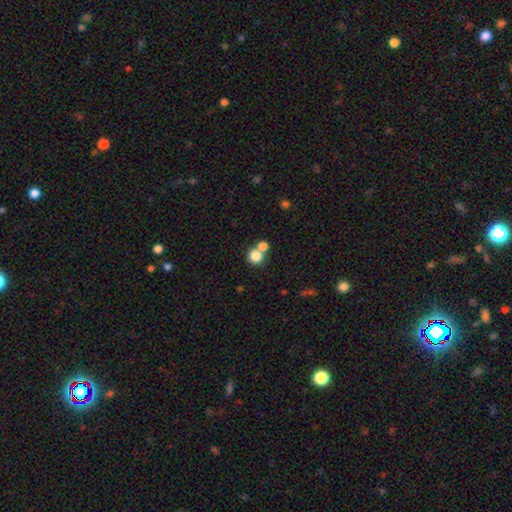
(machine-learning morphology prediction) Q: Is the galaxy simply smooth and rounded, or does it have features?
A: smooth — 82%.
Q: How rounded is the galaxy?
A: round — 89%.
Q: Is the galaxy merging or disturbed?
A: none — 56%.